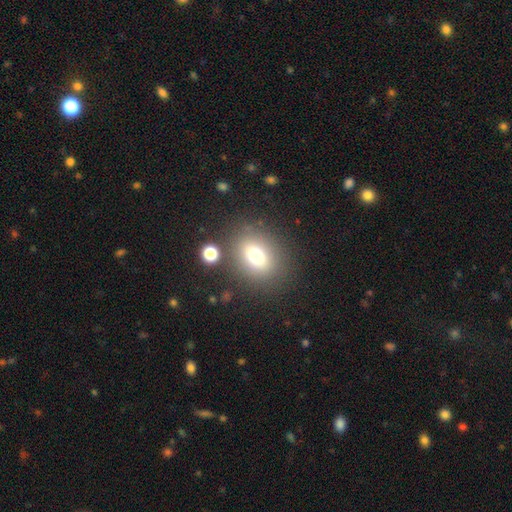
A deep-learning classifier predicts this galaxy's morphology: Smooth or featured? smooth (73%)
How rounded? round (51%)
Merging? none (79%)